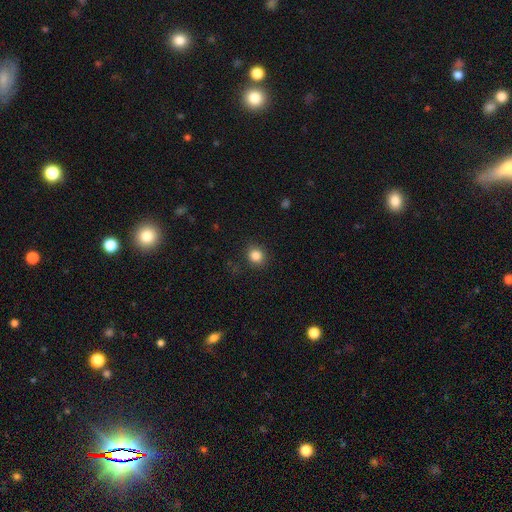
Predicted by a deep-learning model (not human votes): A smooth galaxy with no disk features (84%) that is round (81%).

Vote fractions:
- Smooth or featured? smooth: 84% / star or artifact: 11% / featured or disk: 5%
- How rounded? round: 81% / in between: 18% / cigar-shaped: 1%
- Merging? none: 89% / minor disturbance: 8% / major disturbance: 2% / merger: 1%